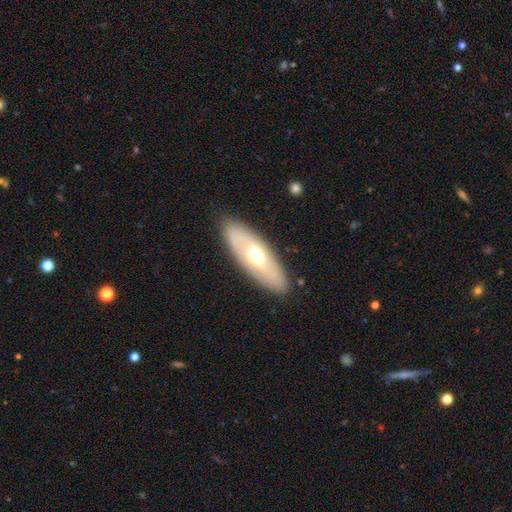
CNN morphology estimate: Smooth or featured: featured or disk — 56% (smooth — 39%)
Edge-on disk: no — 72% (yes — 28%)
Merging: none — 85% (minor disturbance — 11%)